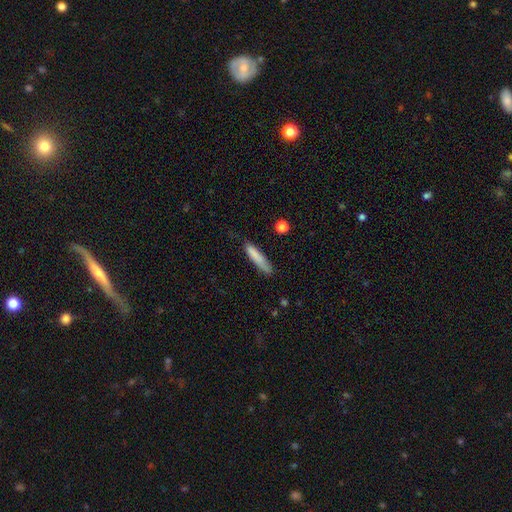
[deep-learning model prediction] smooth-or-featured: smooth: 81% | featured or disk: 12% | star or artifact: 7%
  how-rounded: cigar-shaped: 86% | in between: 12% | round: 1%
  merging: none: 71% | minor disturbance: 22% | major disturbance: 5% | merger: 2%